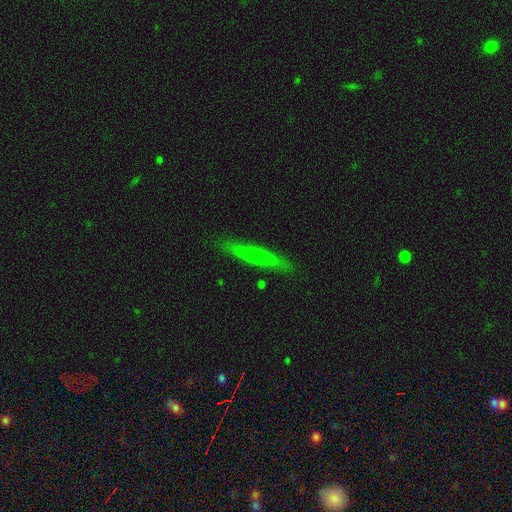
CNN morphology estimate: Smooth or featured? smooth (49%)
Merging? none (88%)